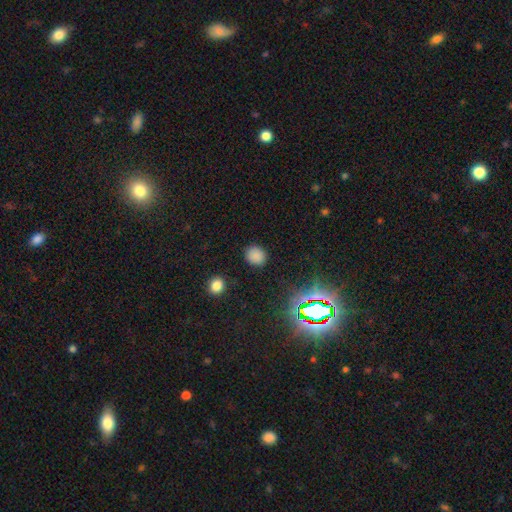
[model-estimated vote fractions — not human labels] Smooth or featured? smooth (80%)
How rounded? round (78%)
Merging? none (87%)